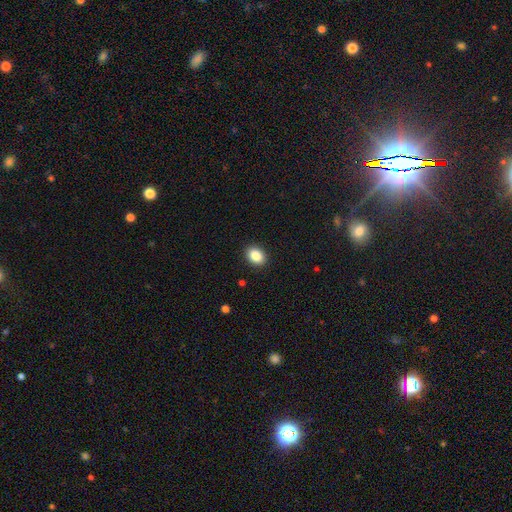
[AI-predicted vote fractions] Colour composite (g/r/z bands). It shows a smooth galaxy with no disk features (86%) that is in between round and cigar-shaped (64%). Merging: none (91%).